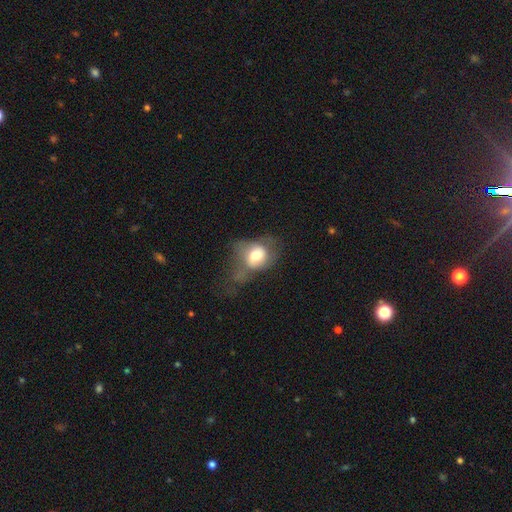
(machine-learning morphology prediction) This is likely a smooth galaxy (65%). How rounded: possibly in between (55%). Merging: marginally major disturbance (44%).